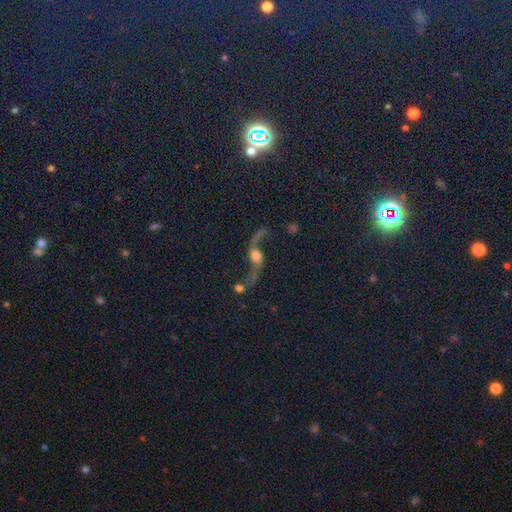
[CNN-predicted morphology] This is likely a featured or disk galaxy (75%). It is clearly not viewed edge-on (87%). Bar: likely no (65%). Spiral arm pattern: clearly yes (91%). Spiral arm count: clearly 2 (93%). Spiral winding: clearly loose (95%). Central bulge: marginally moderate (44%). Merging: possibly none (49%).